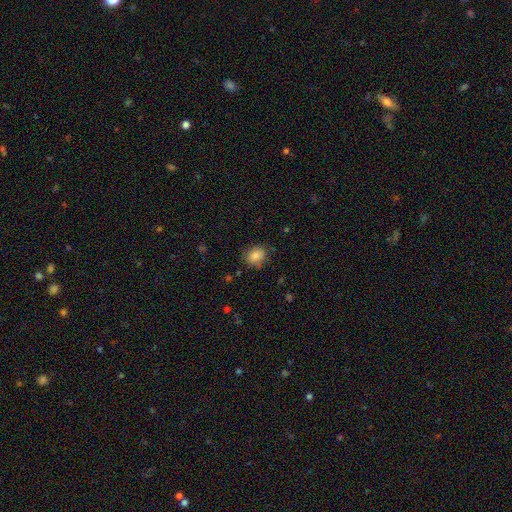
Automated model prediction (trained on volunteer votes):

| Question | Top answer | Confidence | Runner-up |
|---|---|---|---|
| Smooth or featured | smooth | 84% | star or artifact (9%) |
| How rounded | round | 60% | in between (39%) |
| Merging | none | 80% | minor disturbance (15%) |